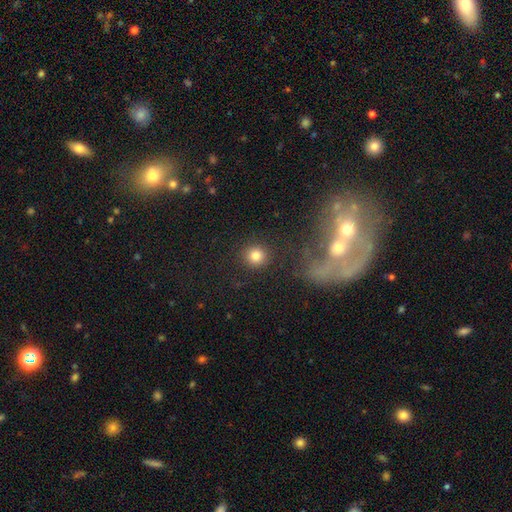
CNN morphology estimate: smooth-or-featured: smooth: 81% | star or artifact: 12% | featured or disk: 6%
  how-rounded: round: 92% | in between: 7% | cigar-shaped: 1%
  merging: none: 88% | minor disturbance: 6% | major disturbance: 3% | merger: 2%